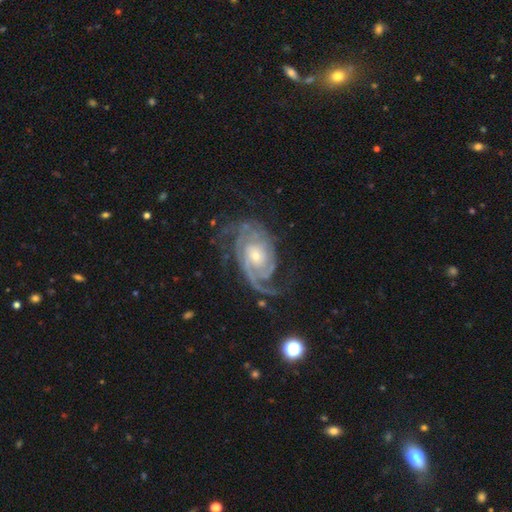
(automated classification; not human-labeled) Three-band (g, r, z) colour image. It shows a featured or disk galaxy (91%) with no bar (67%), 2 (45%) tight (55%) spiral arms (98%) and a small central bulge (57%). Merging: none (66%).